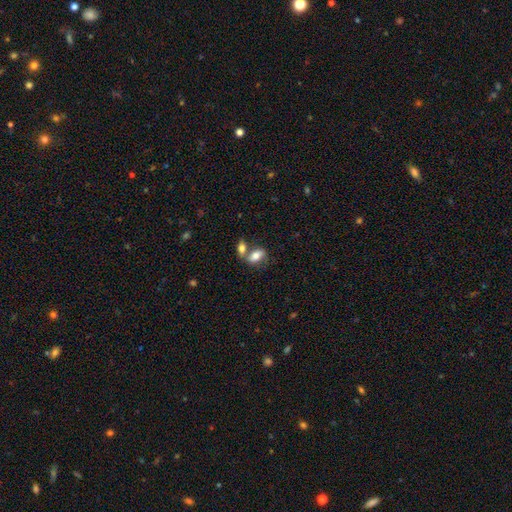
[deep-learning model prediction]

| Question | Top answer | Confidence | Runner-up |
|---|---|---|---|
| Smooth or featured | smooth | 74% | featured or disk (19%) |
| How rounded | in between | 85% | round (8%) |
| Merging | merger | 43% | none (42%) |